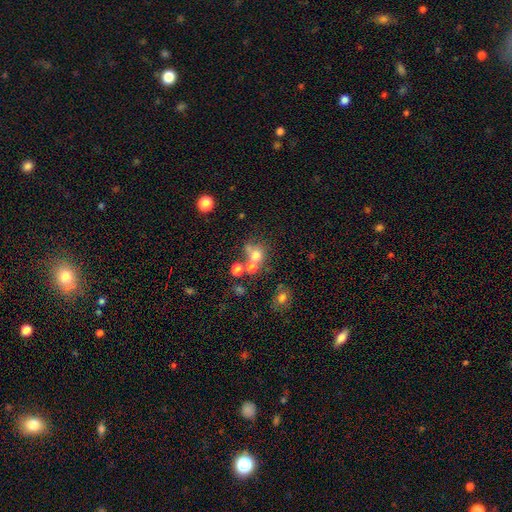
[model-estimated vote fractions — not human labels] smooth_or_featured: smooth (p=0.67) [alt: star or artifact p=0.18]
how_rounded: round (p=0.81) [alt: in between p=0.18]
merging: none (p=0.44) [alt: merger p=0.38]